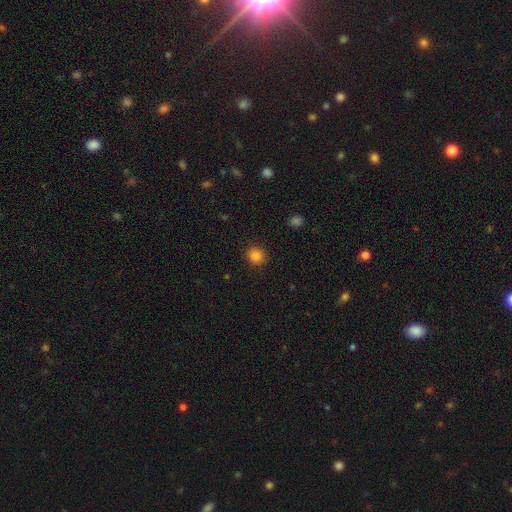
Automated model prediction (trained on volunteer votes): Q: Smooth or featured?
A: smooth (83%); runner-up: star or artifact (12%)
Q: How rounded?
A: round (86%); runner-up: in between (13%)
Q: Merging?
A: none (91%); runner-up: minor disturbance (6%)